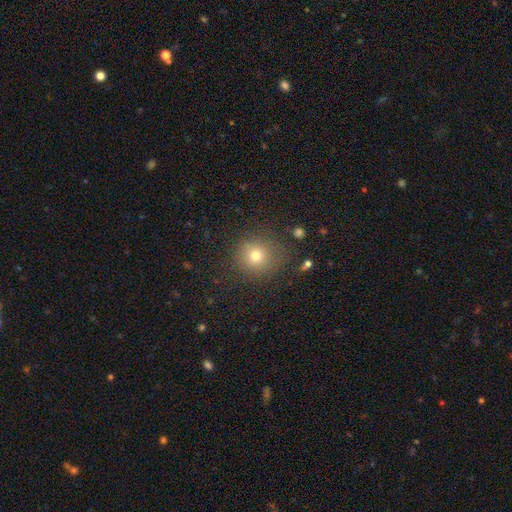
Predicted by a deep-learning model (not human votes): smooth_or_featured: smooth (p=0.74) [alt: star or artifact p=0.16]
how_rounded: round (p=0.91) [alt: in between p=0.08]
merging: none (p=0.82) [alt: minor disturbance p=0.11]